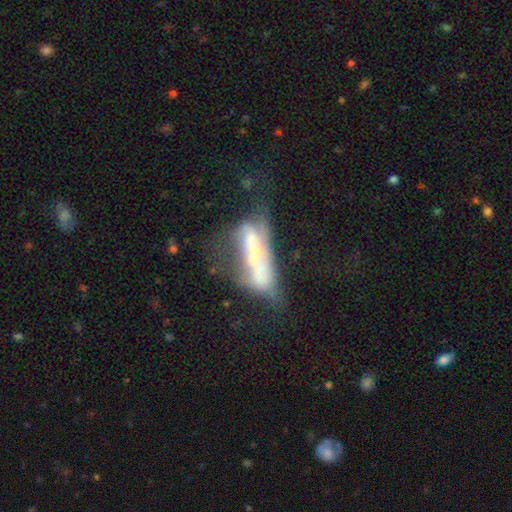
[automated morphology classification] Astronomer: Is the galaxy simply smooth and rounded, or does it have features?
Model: featured or disk — 57% (runner-up: smooth, 32%).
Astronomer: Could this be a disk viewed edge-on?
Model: no — 78%.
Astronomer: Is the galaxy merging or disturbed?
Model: merger — 33% (runner-up: major disturbance, 32%).